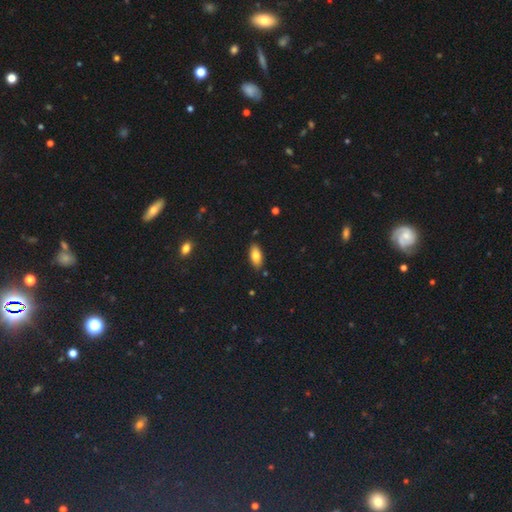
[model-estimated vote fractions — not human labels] Q: Smooth or featured?
A: smooth (81%); runner-up: featured or disk (11%)
Q: How rounded?
A: in between (90%); runner-up: cigar-shaped (8%)
Q: Merging?
A: none (87%); runner-up: minor disturbance (10%)